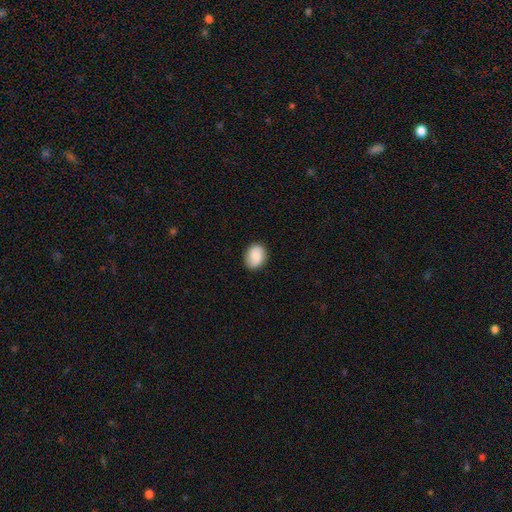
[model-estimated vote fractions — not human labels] Smooth or featured?
  - smooth: 84% *
  - featured or disk: 9%
  - star or artifact: 7%
How rounded?
  - in between: 61% *
  - round: 38%
  - cigar-shaped: 1%
Merging?
  - none: 86% *
  - minor disturbance: 11%
  - major disturbance: 2%
  - merger: 1%